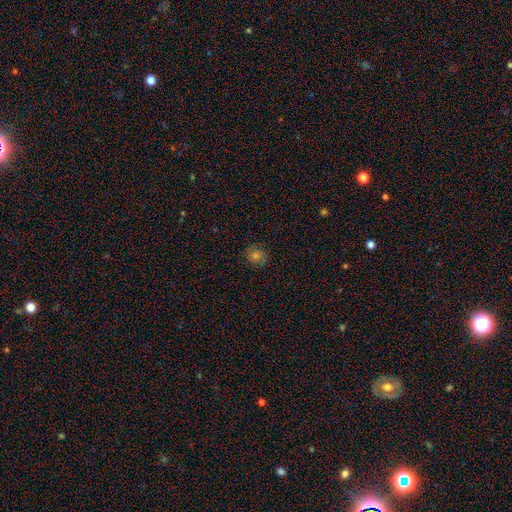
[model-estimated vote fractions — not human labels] Q: Smooth or featured?
A: smooth (55%); runner-up: featured or disk (27%)
Q: How rounded?
A: round (82%); runner-up: in between (17%)
Q: Merging?
A: none (84%); runner-up: minor disturbance (12%)